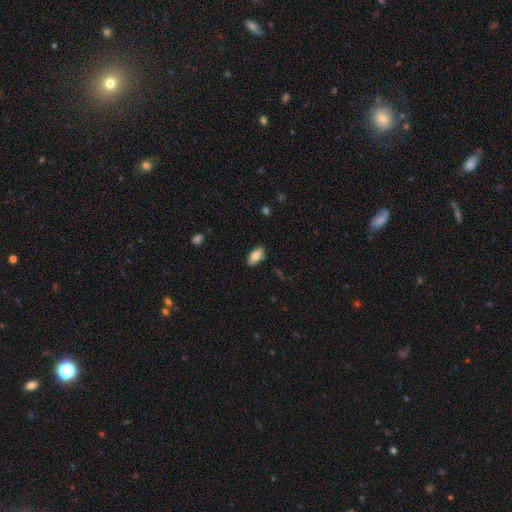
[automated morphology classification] Smooth or featured? Predicted: smooth (p=0.78). How rounded? Predicted: in between (p=0.89). Merging? Predicted: none (p=0.85).